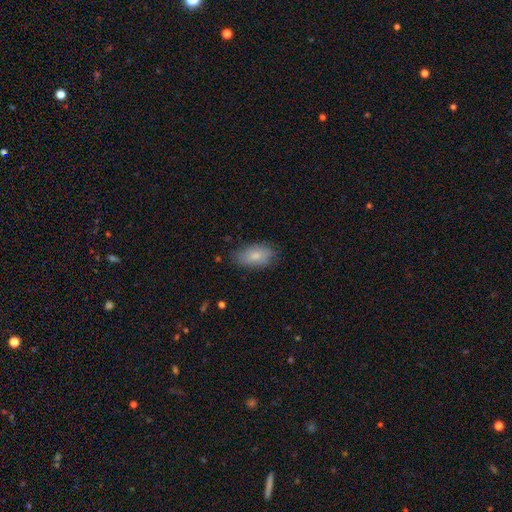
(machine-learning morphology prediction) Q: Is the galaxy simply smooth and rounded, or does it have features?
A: smooth — 82%.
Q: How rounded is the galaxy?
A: in between — 92%.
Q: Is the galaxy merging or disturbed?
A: none — 78%.